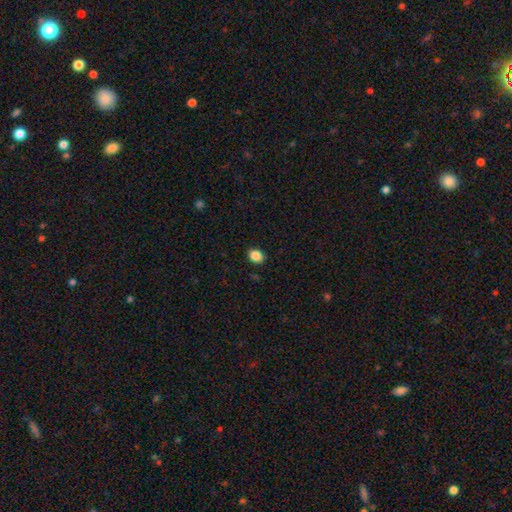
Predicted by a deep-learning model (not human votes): Smooth or featured? smooth (87%)
How rounded? in between (50%)
Merging? none (89%)